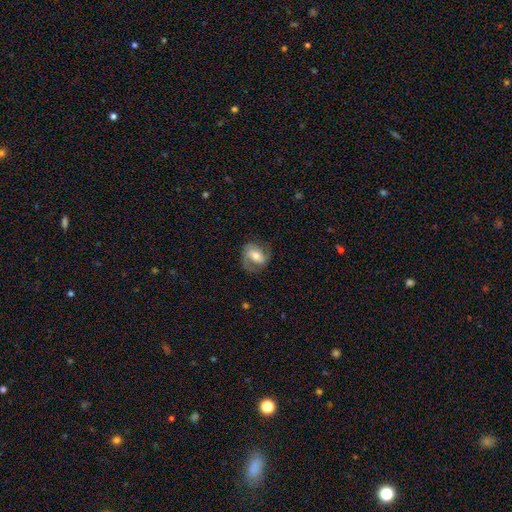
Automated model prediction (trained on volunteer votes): Smooth or featured: featured or disk — 65% (smooth — 28%)
Edge-on disk: no — 96% (yes — 4%)
Bar: weak — 39% (no — 31%)
Spiral arms: yes — 86% (no — 14%)
Spiral winding: medium — 46% (tight — 28%)
Spiral arm count: 2 — 72% (1 — 15%)
Bulge size: moderate — 60% (small — 28%)
Merging: none — 66% (minor disturbance — 20%)